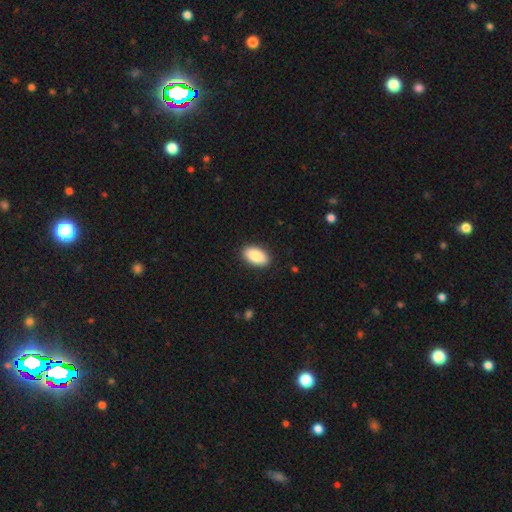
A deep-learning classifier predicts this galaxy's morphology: Smooth or featured?
  - smooth: 87% *
  - featured or disk: 6%
  - star or artifact: 6%
How rounded?
  - in between: 94% *
  - round: 4%
  - cigar-shaped: 2%
Merging?
  - none: 90% *
  - minor disturbance: 7%
  - major disturbance: 2%
  - merger: 1%